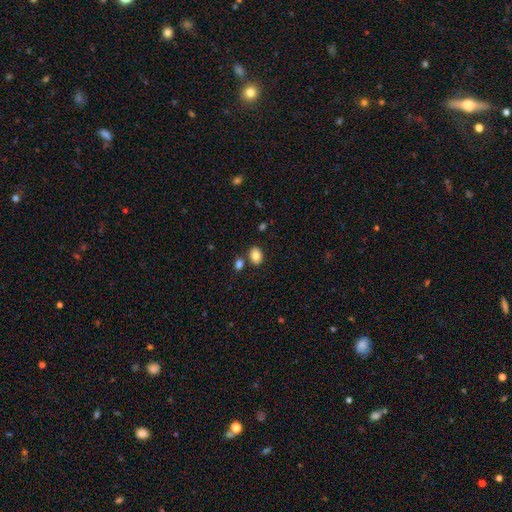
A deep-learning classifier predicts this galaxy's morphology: The model was most divided on "how rounded": in between: 69%, round: 30%, cigar-shaped: 1%. More confident: smooth or featured — smooth (83%); merging — none (77%).